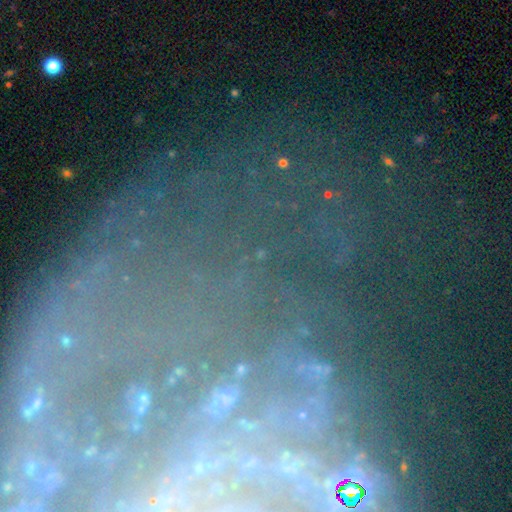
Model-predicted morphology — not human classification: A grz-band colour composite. It shows a featured or disk galaxy (48%). Merging: none (63%).